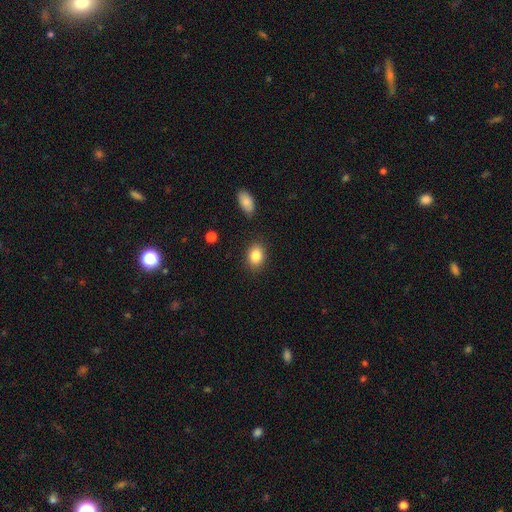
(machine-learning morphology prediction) This is clearly a smooth galaxy (85%). How rounded: likely in between (70%). Merging: clearly none (85%).